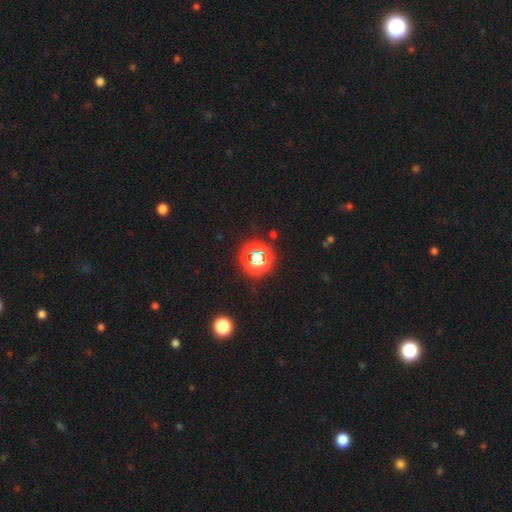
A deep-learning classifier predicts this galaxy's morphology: star or artifact 65%, smooth 25%, featured or disk 10%.